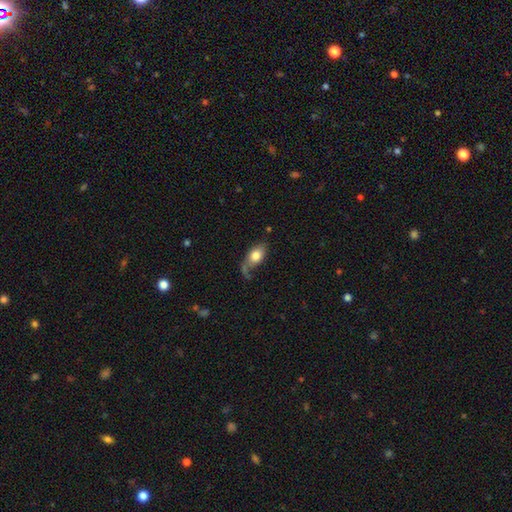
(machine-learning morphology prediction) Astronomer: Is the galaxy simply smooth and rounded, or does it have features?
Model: smooth — 74%.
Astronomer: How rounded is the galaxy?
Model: in between — 85%.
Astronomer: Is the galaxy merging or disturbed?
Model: none — 46% (runner-up: minor disturbance, 26%).